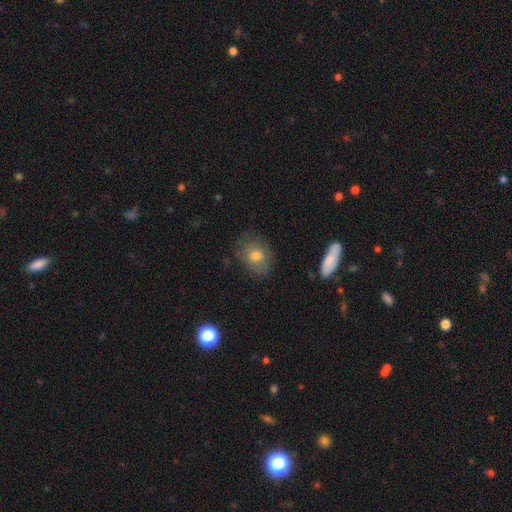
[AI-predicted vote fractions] Smooth or featured: smooth — 69% (featured or disk — 20%)
How rounded: round — 51% (in between — 47%)
Merging: none — 76% (minor disturbance — 17%)